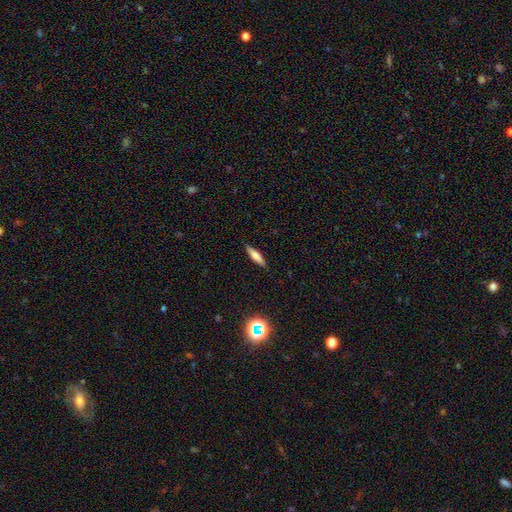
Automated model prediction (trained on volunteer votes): The model was most divided on "smooth or featured": smooth: 66%, featured or disk: 24%, star or artifact: 10%. More confident: merging — none (88%); how rounded — cigar-shaped (72%).